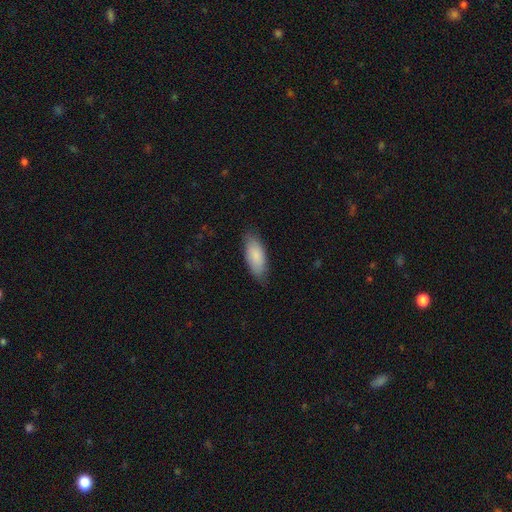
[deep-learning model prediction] A smooth galaxy with no disk features (86%) that is in between round and cigar-shaped (80%).

Vote fractions:
- Smooth or featured? smooth: 86% / featured or disk: 9% / star or artifact: 5%
- How rounded? in between: 80% / cigar-shaped: 19% / round: 2%
- Merging? none: 80% / minor disturbance: 16% / major disturbance: 3% / merger: 1%